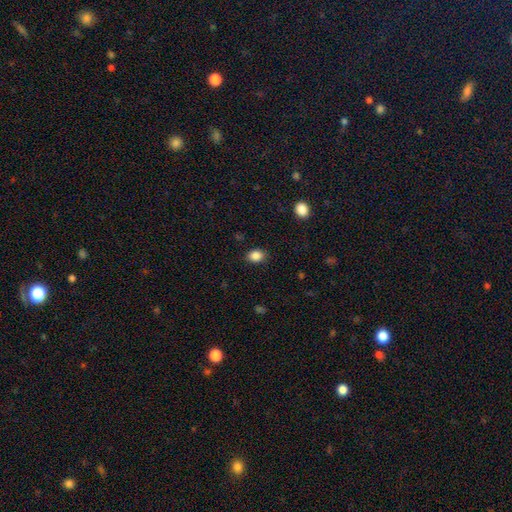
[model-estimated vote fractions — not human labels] smooth-or-featured: smooth: 87% | star or artifact: 10% | featured or disk: 3%
  how-rounded: in between: 59% | round: 40% | cigar-shaped: 1%
  merging: none: 87% | minor disturbance: 10% | major disturbance: 3% | merger: 1%